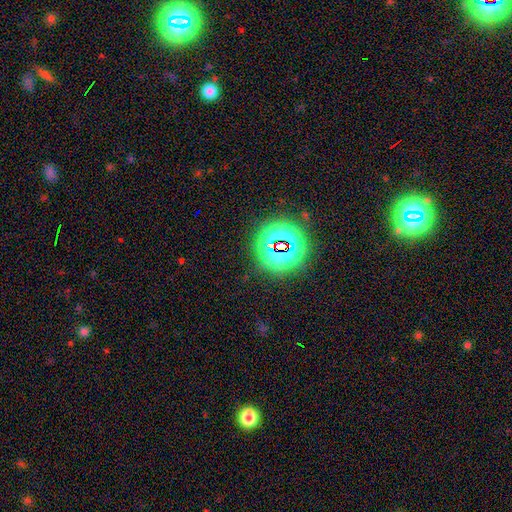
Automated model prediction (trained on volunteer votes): This is likely a star or artifact rather than a galaxy (77%).